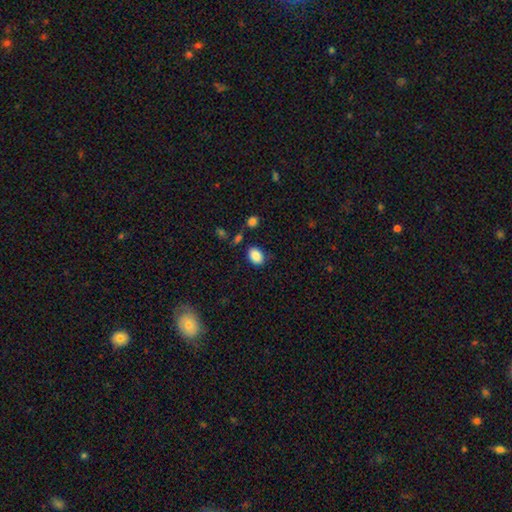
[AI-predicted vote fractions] This is clearly a smooth galaxy (87%). How rounded: likely in between (77%). Merging: likely none (78%).